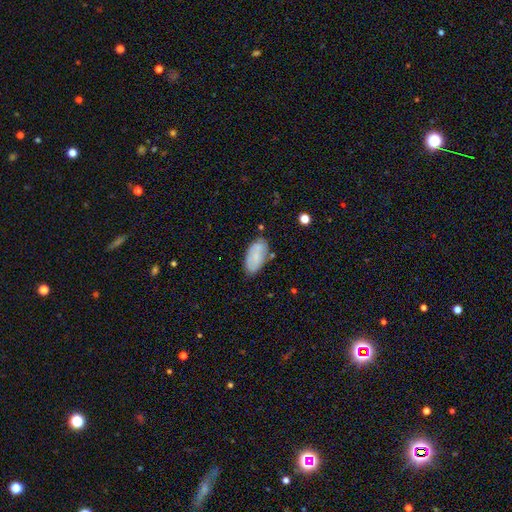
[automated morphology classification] This appears to be a smooth galaxy with no disk features (62%) that is in between round and cigar-shaped (94%). Merging: none (72%).